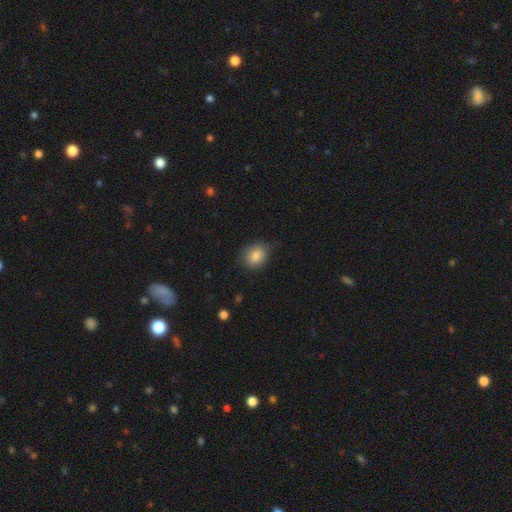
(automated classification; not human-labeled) smooth_or_featured: smooth (p=0.85) [alt: star or artifact p=0.08]
how_rounded: round (p=0.54) [alt: in between p=0.45]
merging: none (p=0.71) [alt: minor disturbance p=0.23]